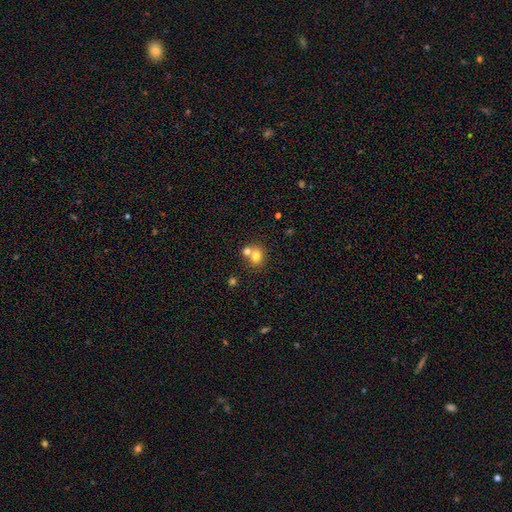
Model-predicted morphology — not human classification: A smooth galaxy with no disk features (75%) that is round (72%). Merging: none (46%).